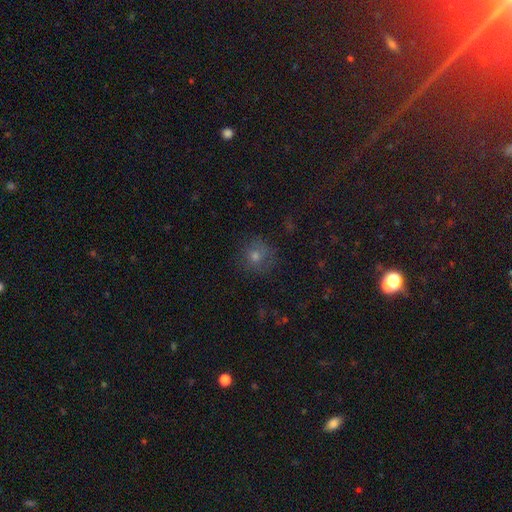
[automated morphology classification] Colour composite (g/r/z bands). It shows a smooth galaxy with no disk features (60%) that is round (90%). Merging: none (79%).